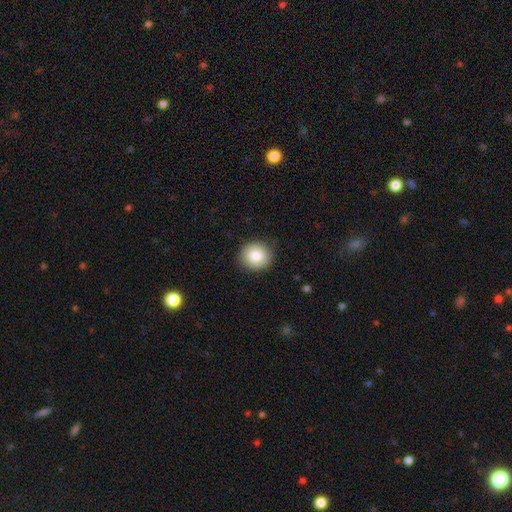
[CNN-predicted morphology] smooth_or_featured: smooth (p=0.84) [alt: star or artifact p=0.08]
how_rounded: round (p=0.85) [alt: in between p=0.15]
merging: none (p=0.89) [alt: minor disturbance p=0.08]